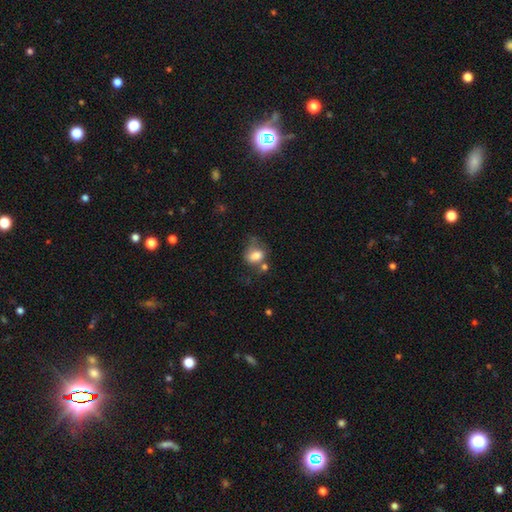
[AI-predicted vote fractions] A smooth galaxy with no disk features (75%) that is in between round and cigar-shaped (64%). Merging: none (37%).